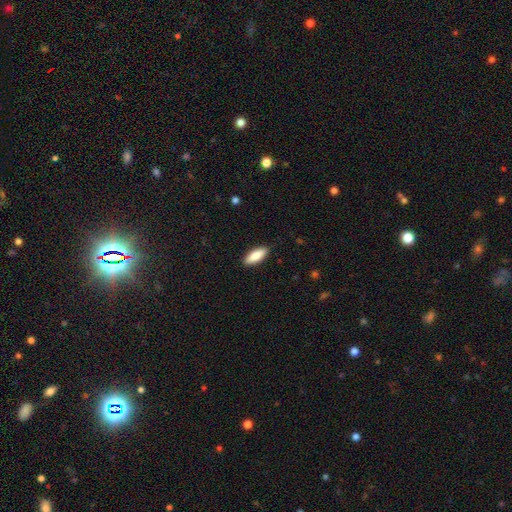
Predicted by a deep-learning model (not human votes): Overall: smooth (84%). How rounded: in between (72%). Merging: none (89%).